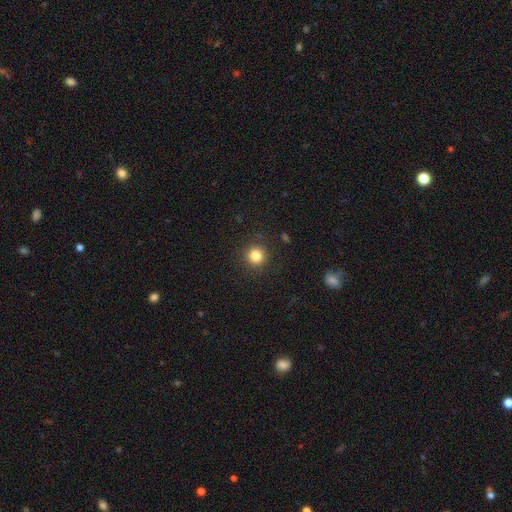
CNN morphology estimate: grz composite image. It shows a smooth galaxy with no disk features (83%) that is round (93%). Merging: none (90%).